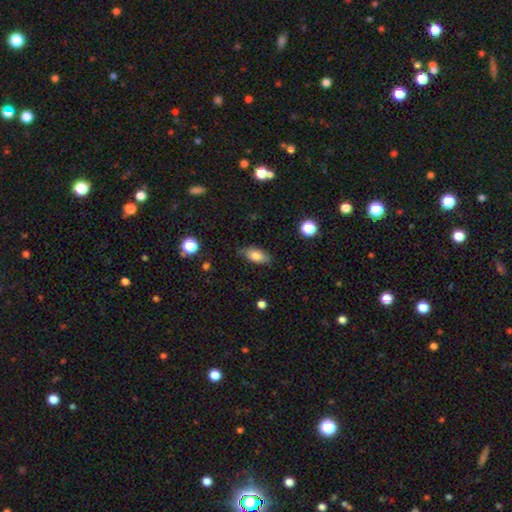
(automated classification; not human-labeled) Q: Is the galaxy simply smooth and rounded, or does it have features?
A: smooth — 80%.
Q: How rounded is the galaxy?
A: in between — 86%.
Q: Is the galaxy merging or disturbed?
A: none — 80%.